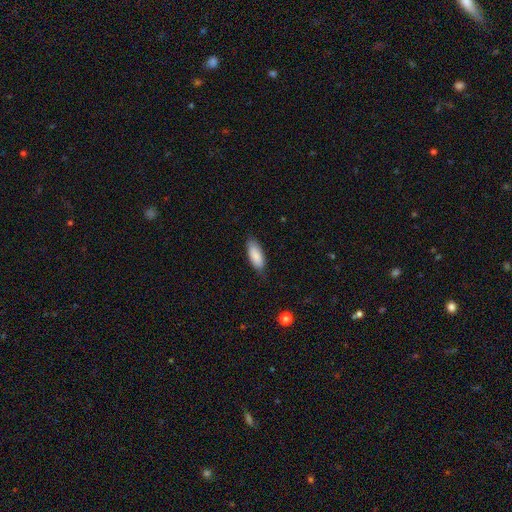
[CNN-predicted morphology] This appears to be a smooth galaxy with no disk features (88%) that is in between round and cigar-shaped (78%). Merging: none (81%).